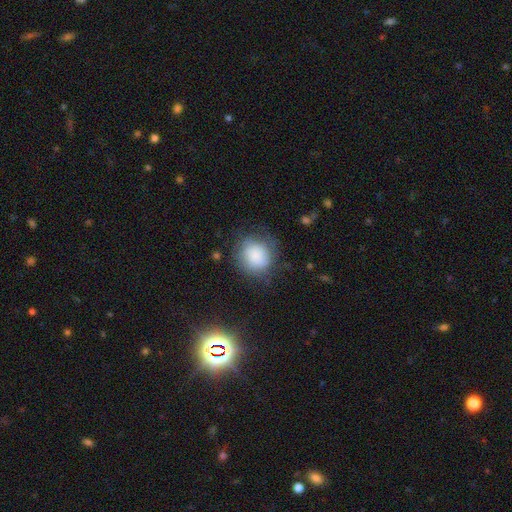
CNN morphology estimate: Overall: smooth (81%). How rounded: round (81%). Merging: none (63%).